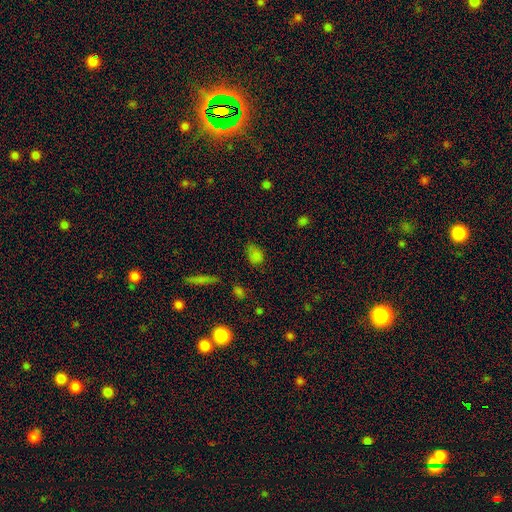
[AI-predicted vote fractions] The model was most divided on "merging": none: 63%, minor disturbance: 26%, major disturbance: 8%, merger: 4%. More confident: how rounded — in between (78%); smooth or featured — smooth (73%).